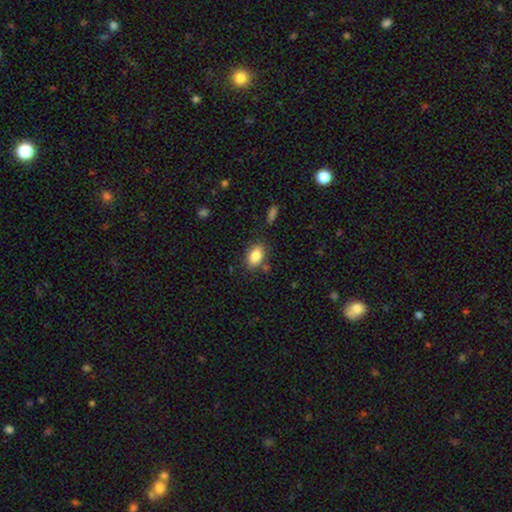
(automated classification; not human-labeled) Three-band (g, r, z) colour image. It shows a smooth galaxy with no disk features (85%) that is in between round and cigar-shaped (87%). Merging: none (79%).